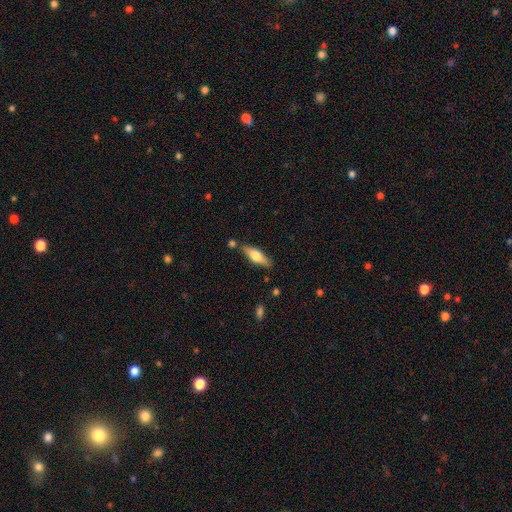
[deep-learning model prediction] Smooth or featured? Predicted: smooth (p=0.59). How rounded? Predicted: cigar-shaped (p=0.50). Merging? Predicted: none (p=0.77).